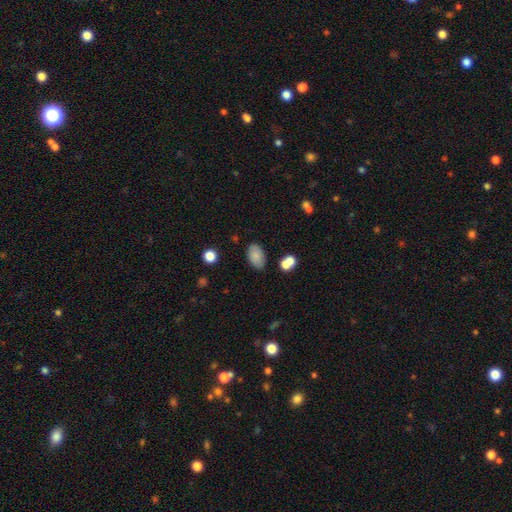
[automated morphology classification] smooth 82%, featured or disk 9%, star or artifact 9%. Down the decision tree: how rounded — in between (92%); merging — none (78%).